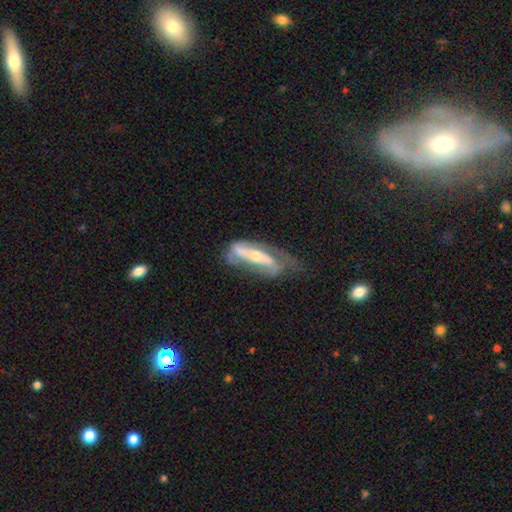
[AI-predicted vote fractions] featured or disk 70%, smooth 24%, star or artifact 6%. Down the decision tree: edge-on disk — no (77%); bar — strong (43%); spiral arms — yes (69%); bulge size — moderate (49%); merging — none (34%).